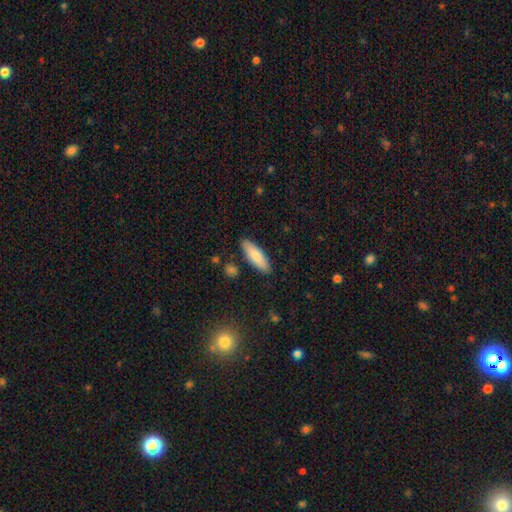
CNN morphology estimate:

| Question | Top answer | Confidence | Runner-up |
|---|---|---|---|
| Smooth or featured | smooth | 82% | featured or disk (12%) |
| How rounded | in between | 56% | cigar-shaped (42%) |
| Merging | none | 86% | minor disturbance (10%) |